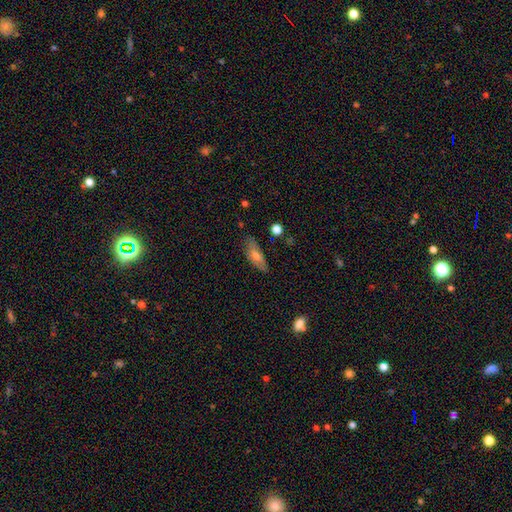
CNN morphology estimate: type=smooth (61%); roundness=in between (69%); merging=none (75%).